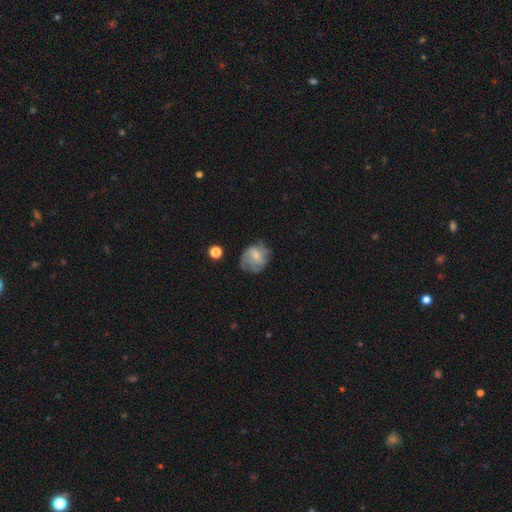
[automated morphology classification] Smooth or featured? Predicted: featured or disk (p=0.64). Edge-on disk? Predicted: no (p=0.98). Bar? Predicted: no (p=0.46). Spiral arms? Predicted: yes (p=0.82). Spiral winding? Predicted: medium (p=0.42). Spiral arm count? Predicted: can't tell (p=0.35). Bulge size? Predicted: small (p=0.57). Merging? Predicted: none (p=0.60).